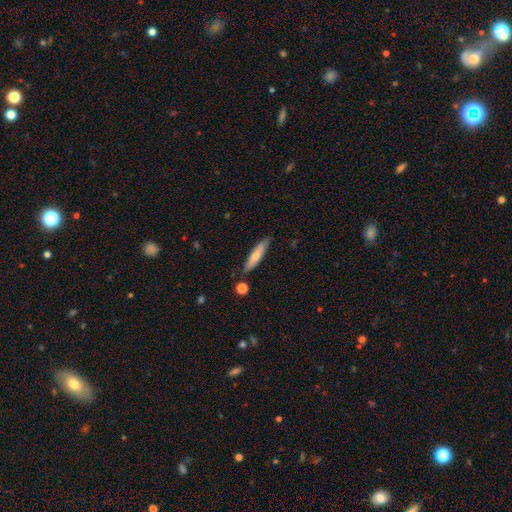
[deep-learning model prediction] Smooth or featured: smooth — 69% (featured or disk — 25%)
How rounded: cigar-shaped — 82% (in between — 17%)
Merging: none — 80% (minor disturbance — 14%)